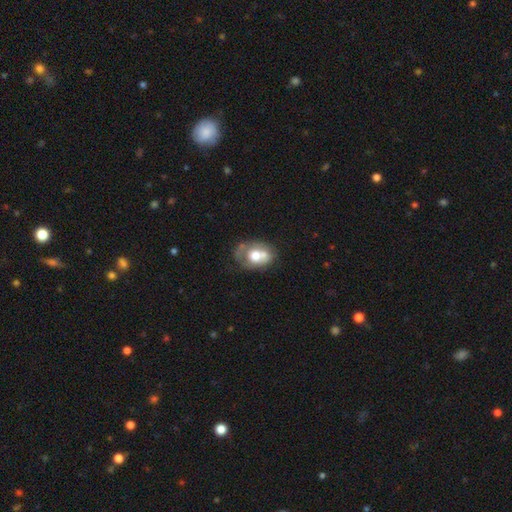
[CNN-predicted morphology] The model was most divided on "merging": none: 34%, merger: 30%, minor disturbance: 22%, major disturbance: 14%. More confident: how rounded — in between (65%); smooth or featured — smooth (56%).